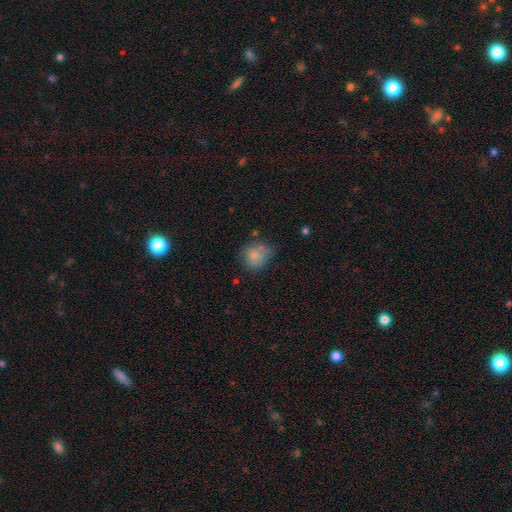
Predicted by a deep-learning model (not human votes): Overall: smooth (80%). How rounded: round (72%). Merging: none (55%; minor disturbance 26%).